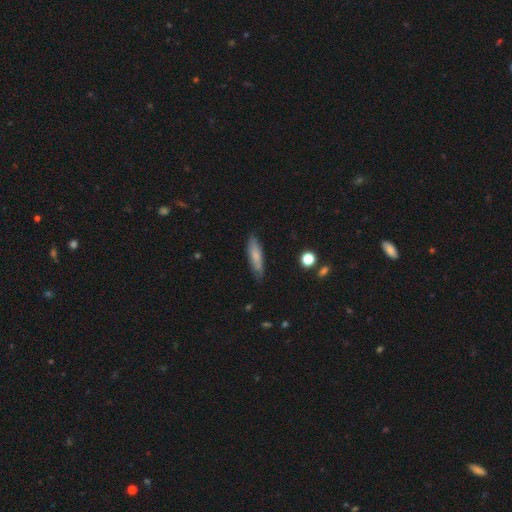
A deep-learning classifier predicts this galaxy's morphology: Overall: smooth (72%). How rounded: cigar-shaped (72%). Merging: none (78%).